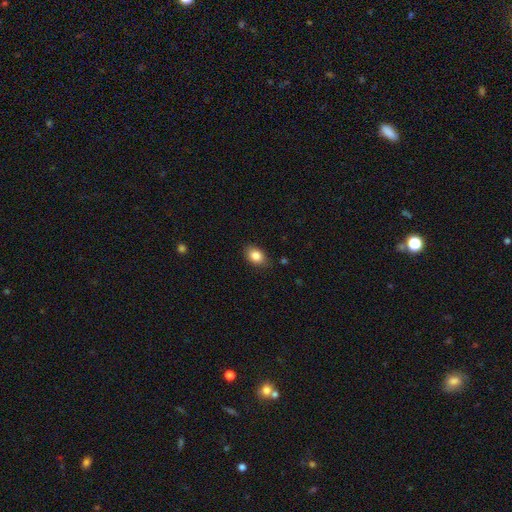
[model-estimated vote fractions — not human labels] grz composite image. It shows a smooth galaxy with no disk features (85%) that is in between round and cigar-shaped (80%). Merging: none (83%).